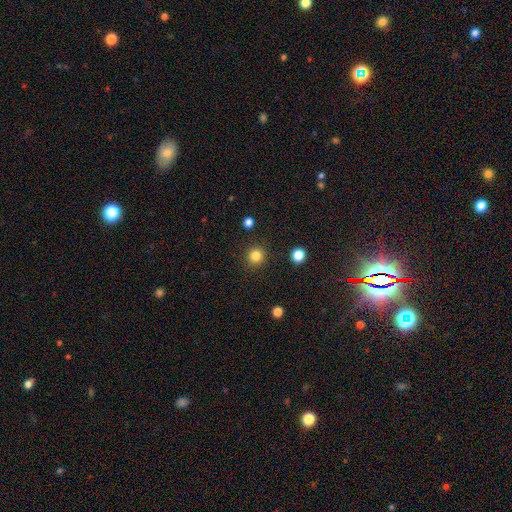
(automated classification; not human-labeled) This is clearly a smooth galaxy (84%). How rounded: clearly round (94%). Merging: clearly none (91%).